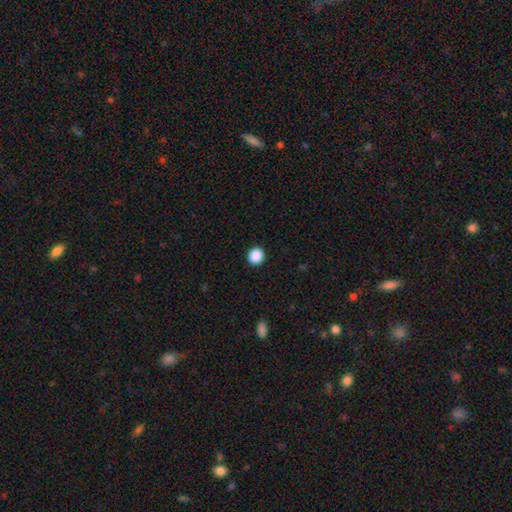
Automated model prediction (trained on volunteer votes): A smooth galaxy with no disk features (88%) that is round (93%).

Vote fractions:
- Smooth or featured? smooth: 88% / star or artifact: 9% / featured or disk: 2%
- How rounded? round: 93% / in between: 7% / cigar-shaped: 1%
- Merging? none: 93% / minor disturbance: 4% / major disturbance: 2% / merger: 1%